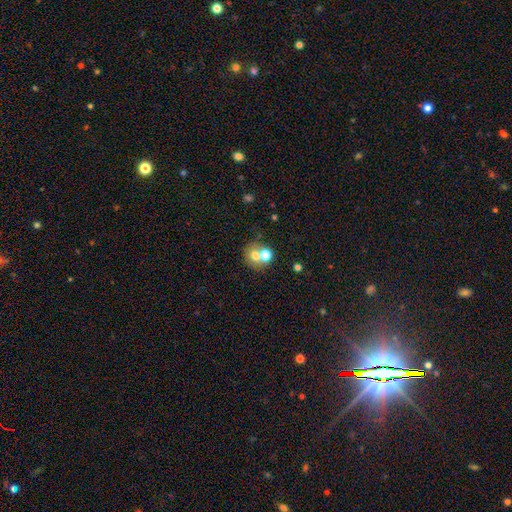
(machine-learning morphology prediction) This appears to be a smooth galaxy with no disk features (68%) that is round (77%). Merging: merger (50%).